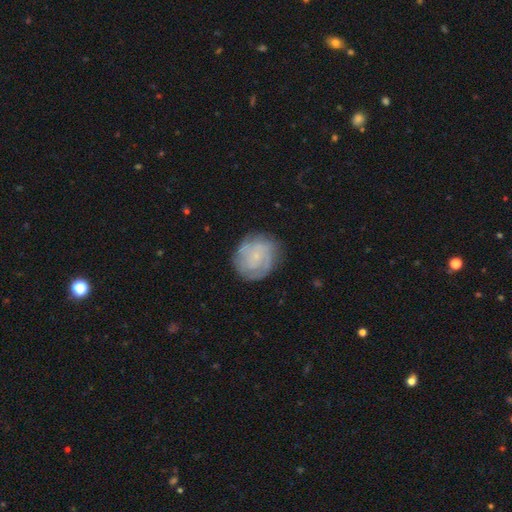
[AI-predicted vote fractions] This appears to be a featured or disk galaxy (58%) with no bar (80%), spiral arms (78%) and a small central bulge (73%). Merging: none (73%).